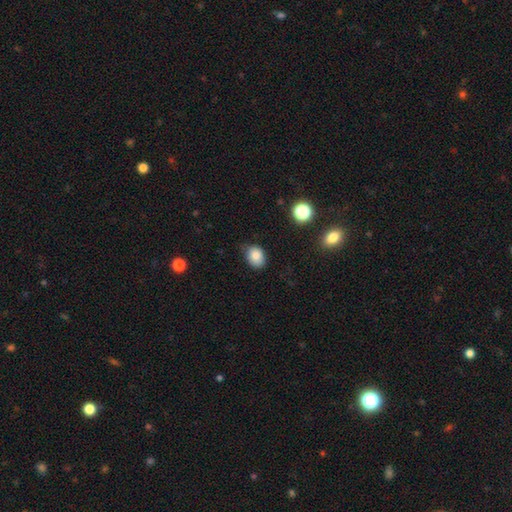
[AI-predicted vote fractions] A smooth galaxy with no disk features (84%) that is in between round and cigar-shaped (58%). Merging: none (68%).